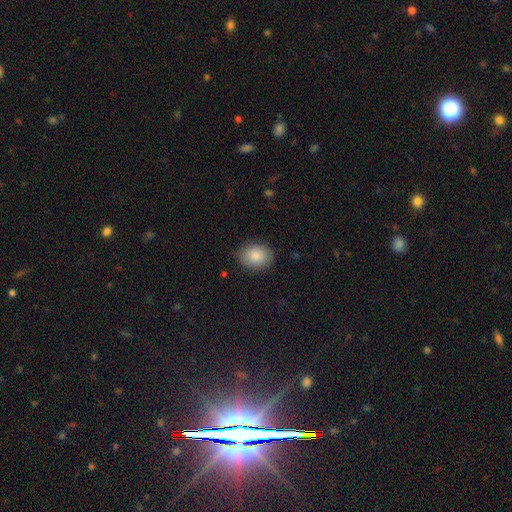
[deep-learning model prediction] smooth_or_featured: smooth (p=0.86) [alt: star or artifact p=0.07]
how_rounded: in between (p=0.58) [alt: round p=0.41]
merging: none (p=0.82) [alt: minor disturbance p=0.14]